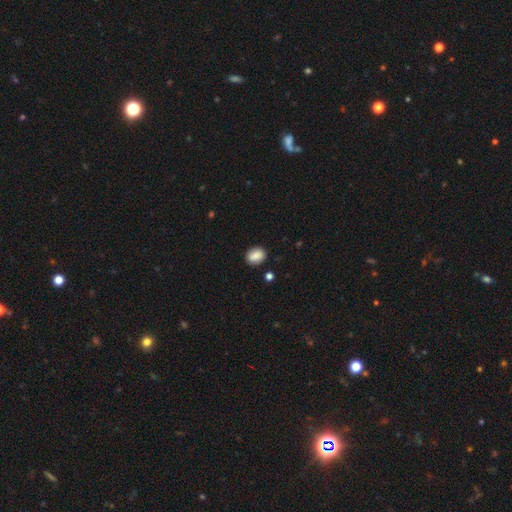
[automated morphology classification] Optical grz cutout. It shows a smooth galaxy with no disk features (86%) that is in between round and cigar-shaped (60%). Merging: none (82%).